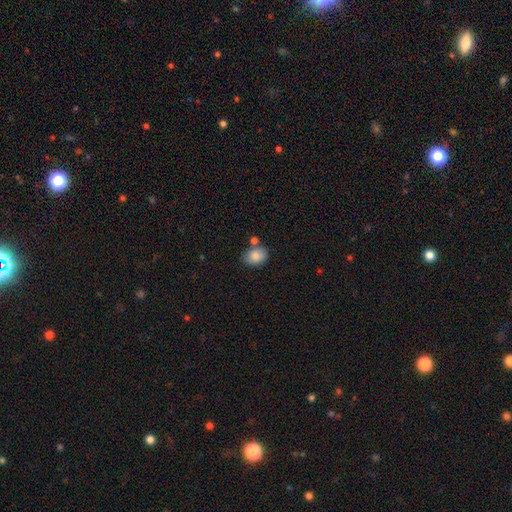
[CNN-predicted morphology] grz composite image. It shows a smooth galaxy with no disk features (86%) that is in between round and cigar-shaped (71%). Merging: none (68%).